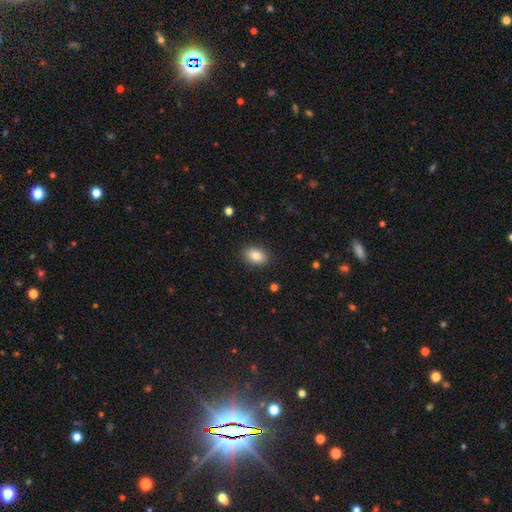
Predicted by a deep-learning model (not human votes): Smooth or featured? smooth (86%)
How rounded? in between (85%)
Merging? none (88%)